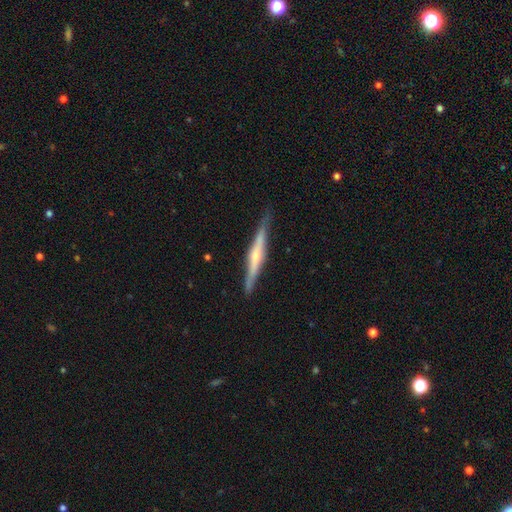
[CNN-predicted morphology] smooth-or-featured: featured or disk: 72% | smooth: 22% | star or artifact: 5%
  disk-edge-on: yes: 97% | no: 3%
    edge-on-bulge: rounded: 68% | none: 18% | boxy: 13%
  merging: none: 87% | minor disturbance: 10% | major disturbance: 2% | merger: 1%